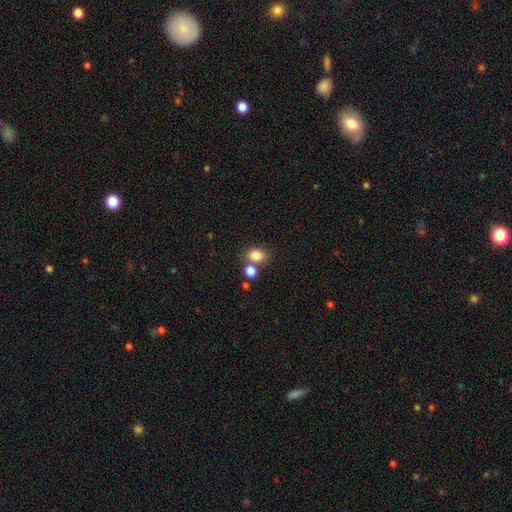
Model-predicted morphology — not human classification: smooth_or_featured: smooth (p=0.83) [alt: star or artifact p=0.11]
how_rounded: in between (p=0.56) [alt: round p=0.43]
merging: none (p=0.60) [alt: merger p=0.26]